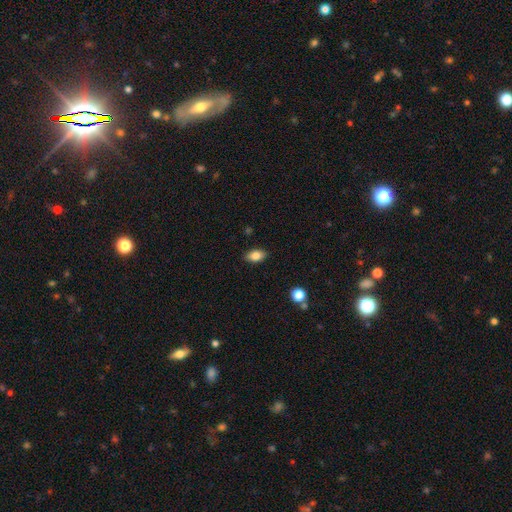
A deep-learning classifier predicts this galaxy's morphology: Smooth or featured? smooth (85%)
How rounded? in between (89%)
Merging? none (88%)